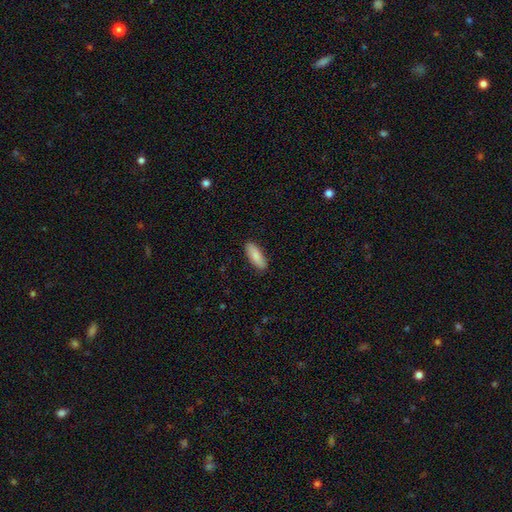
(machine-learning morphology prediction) Overall: smooth (86%). How rounded: in between (60%; cigar-shaped 38%). Merging: none (89%).